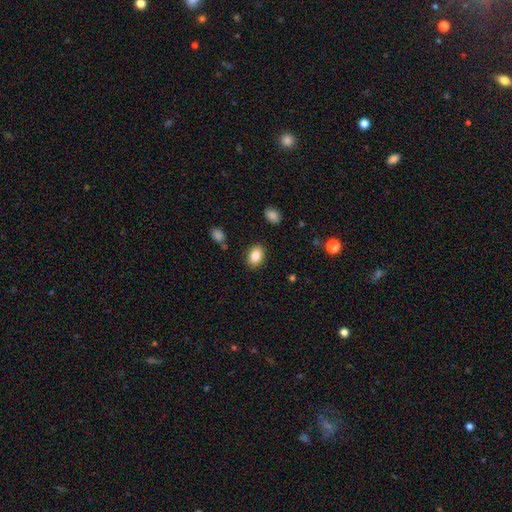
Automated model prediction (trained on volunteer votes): This appears to be a smooth galaxy with no disk features (86%) that is in between round and cigar-shaped (78%). Merging: none (87%).